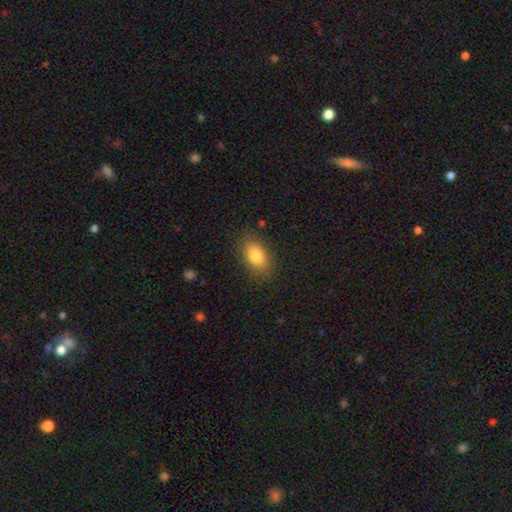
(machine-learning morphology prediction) A smooth galaxy with no disk features (82%) that is in between round and cigar-shaped (88%).

Vote fractions:
- Smooth or featured? smooth: 82% / featured or disk: 10% / star or artifact: 8%
- How rounded? in between: 88% / round: 9% / cigar-shaped: 3%
- Merging? none: 84% / minor disturbance: 12% / major disturbance: 3% / merger: 1%